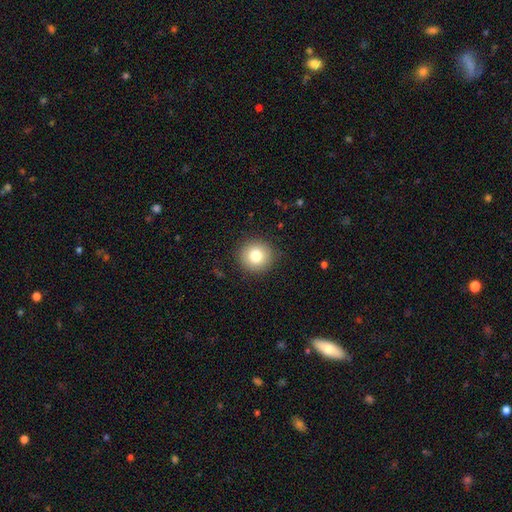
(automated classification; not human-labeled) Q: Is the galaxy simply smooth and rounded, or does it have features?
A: smooth — 81%.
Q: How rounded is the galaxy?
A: round — 92%.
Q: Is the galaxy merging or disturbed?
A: none — 91%.